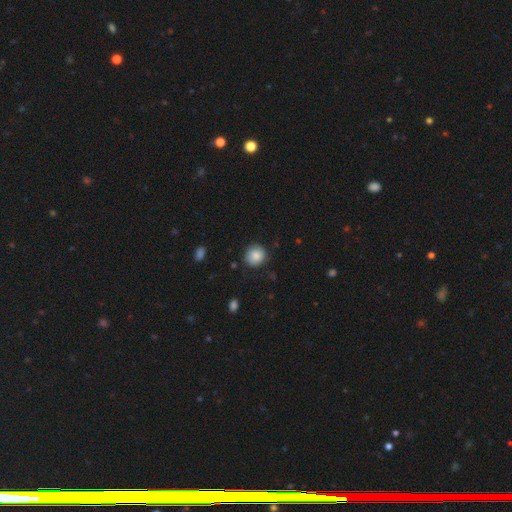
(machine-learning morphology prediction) This appears to be a smooth galaxy with no disk features (86%) that is round (89%). Merging: none (84%).